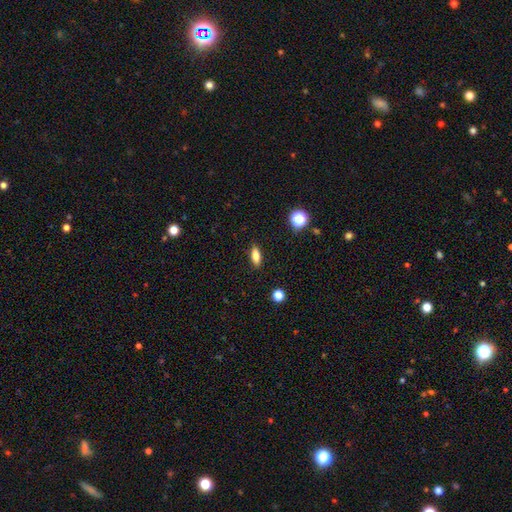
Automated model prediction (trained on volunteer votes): smooth-or-featured: smooth: 80% | featured or disk: 11% | star or artifact: 10%
  how-rounded: in between: 71% | cigar-shaped: 24% | round: 5%
  merging: none: 88% | minor disturbance: 8% | major disturbance: 2% | merger: 1%